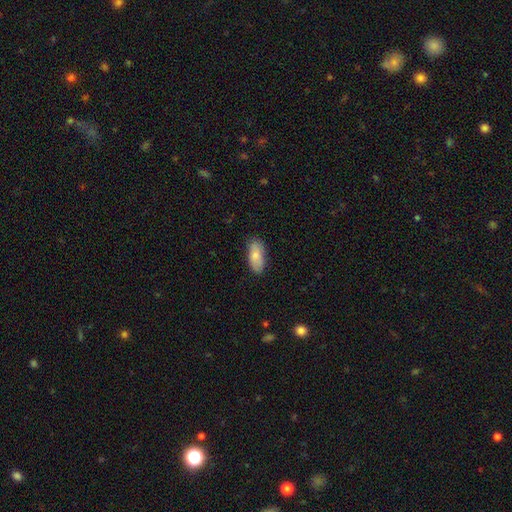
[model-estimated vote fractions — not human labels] A smooth galaxy with no disk features (81%) that is in between round and cigar-shaped (89%).

Vote fractions:
- Smooth or featured? smooth: 81% / featured or disk: 13% / star or artifact: 6%
- How rounded? in between: 89% / cigar-shaped: 9% / round: 2%
- Merging? none: 81% / minor disturbance: 15% / major disturbance: 3% / merger: 1%